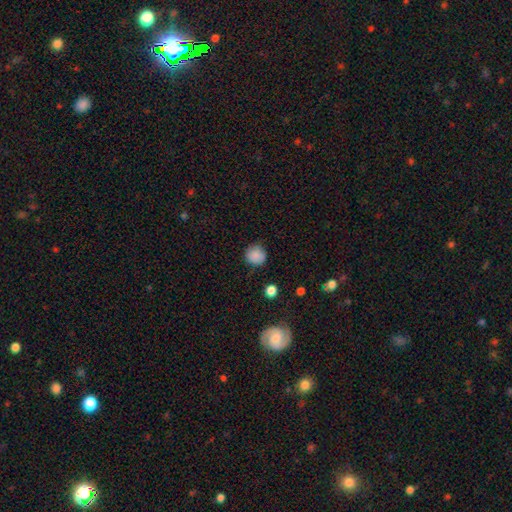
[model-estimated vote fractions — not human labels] Smooth or featured?
  - smooth: 86% *
  - star or artifact: 10%
  - featured or disk: 5%
How rounded?
  - round: 92% *
  - in between: 7%
  - cigar-shaped: 1%
Merging?
  - none: 84% *
  - minor disturbance: 12%
  - major disturbance: 3%
  - merger: 1%